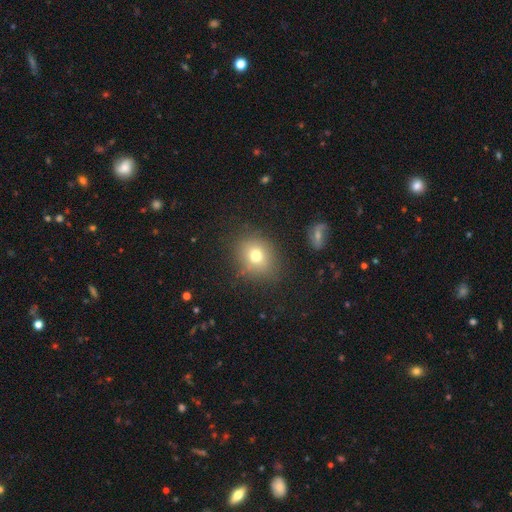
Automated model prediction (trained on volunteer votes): smooth-or-featured: smooth: 73% | star or artifact: 15% | featured or disk: 12%
  how-rounded: round: 70% | in between: 29% | cigar-shaped: 1%
  merging: none: 82% | minor disturbance: 12% | major disturbance: 4% | merger: 2%